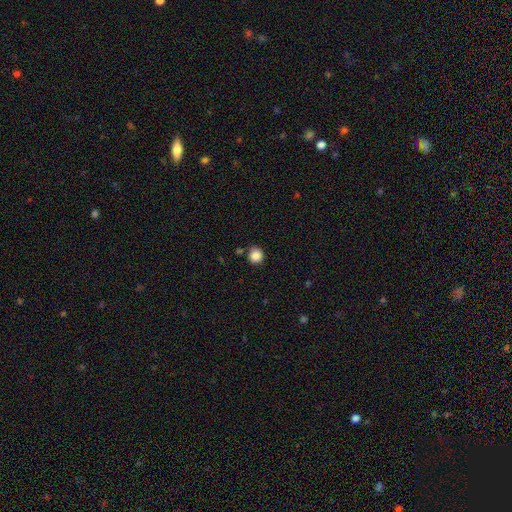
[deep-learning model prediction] Smooth or featured?
  - smooth: 86% *
  - star or artifact: 10%
  - featured or disk: 4%
How rounded?
  - round: 89% *
  - in between: 10%
  - cigar-shaped: 1%
Merging?
  - none: 83% *
  - minor disturbance: 10%
  - merger: 5%
  - major disturbance: 2%